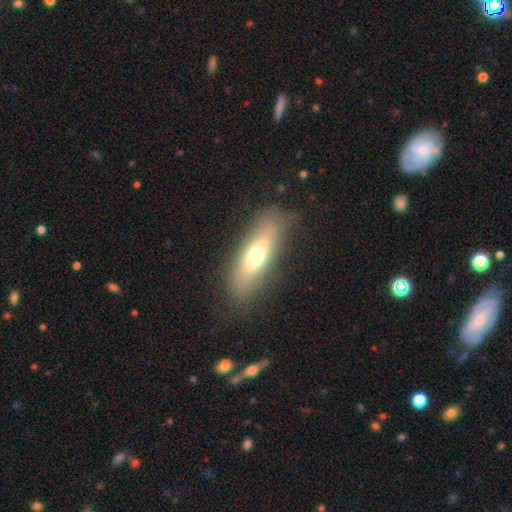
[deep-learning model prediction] A smooth galaxy with no disk features (62%) that is in between round and cigar-shaped (52%).

Vote fractions:
- Smooth or featured? smooth: 62% / featured or disk: 30% / star or artifact: 8%
- How rounded? in between: 52% / cigar-shaped: 44% / round: 3%
- Merging? none: 75% / minor disturbance: 17% / major disturbance: 6% / merger: 1%